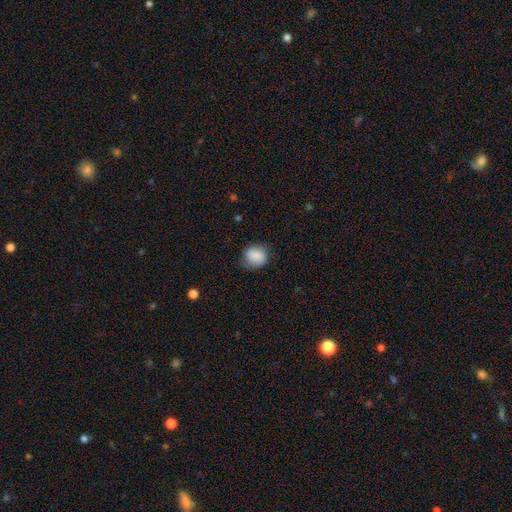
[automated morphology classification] A smooth galaxy with no disk features (85%) that is round (74%). Merging: none (72%).